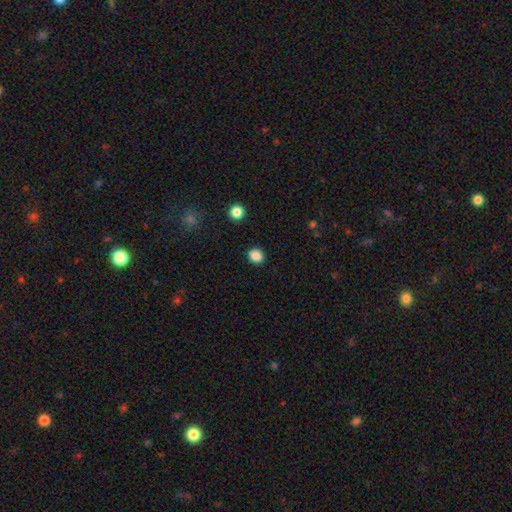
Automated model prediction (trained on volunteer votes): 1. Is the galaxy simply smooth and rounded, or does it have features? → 87% smooth, 10% star or artifact, 3% featured or disk.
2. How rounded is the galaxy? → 62% round, 37% in between, 1% cigar-shaped.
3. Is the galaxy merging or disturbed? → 90% none, 6% minor disturbance, 2% major disturbance, 1% merger.